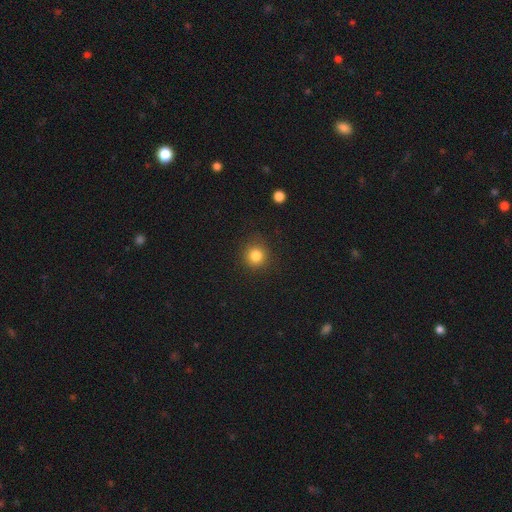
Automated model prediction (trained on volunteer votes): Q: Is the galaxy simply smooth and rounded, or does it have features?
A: smooth — 84%.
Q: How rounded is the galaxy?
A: round — 92%.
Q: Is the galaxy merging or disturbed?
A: none — 87%.